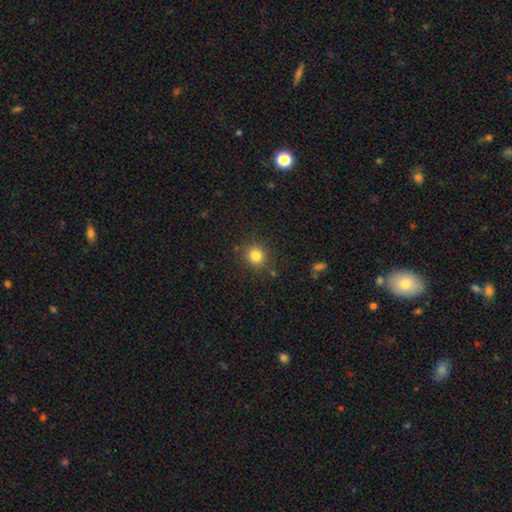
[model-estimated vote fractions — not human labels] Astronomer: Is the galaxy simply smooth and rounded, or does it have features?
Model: smooth — 82%.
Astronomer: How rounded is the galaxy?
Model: round — 89%.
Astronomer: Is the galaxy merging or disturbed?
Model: none — 86%.